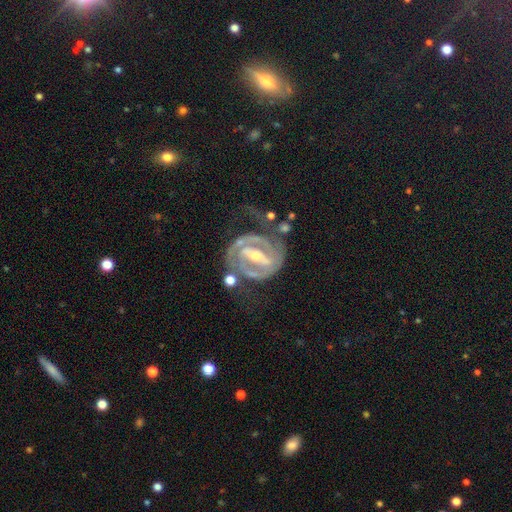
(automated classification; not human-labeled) Smooth or featured? featured or disk (91%)
Edge-on disk? no (96%)
Bar? strong (73%)
Spiral arms? yes (92%)
Spiral winding? tight (57%)
Spiral arm count? 2 (80%)
Bulge size? small (53%)
Merging? none (53%)